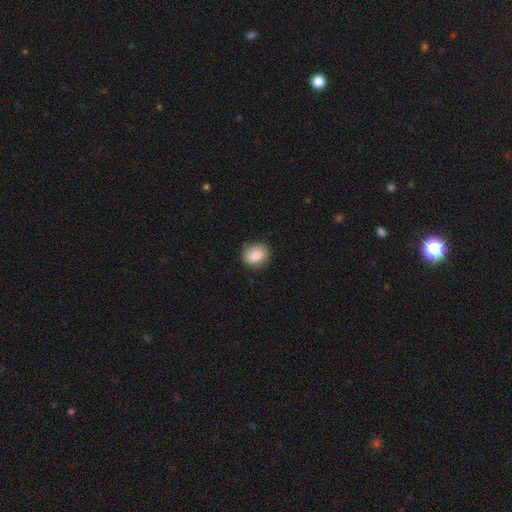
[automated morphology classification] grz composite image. It shows a smooth galaxy with no disk features (83%) that is round (64%). Merging: none (83%).